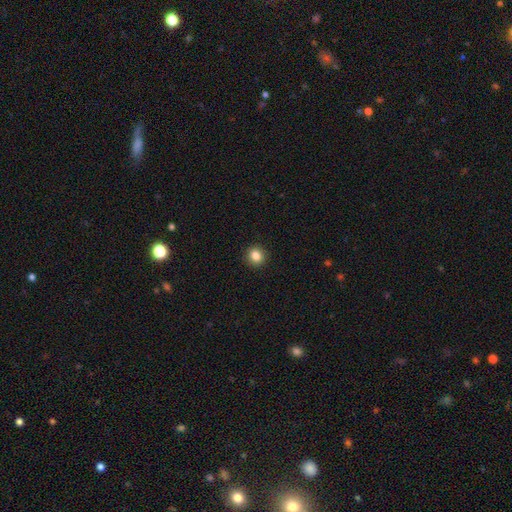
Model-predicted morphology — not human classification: smooth 84%, star or artifact 11%, featured or disk 5%. Down the decision tree: how rounded — round (86%); merging — none (92%).